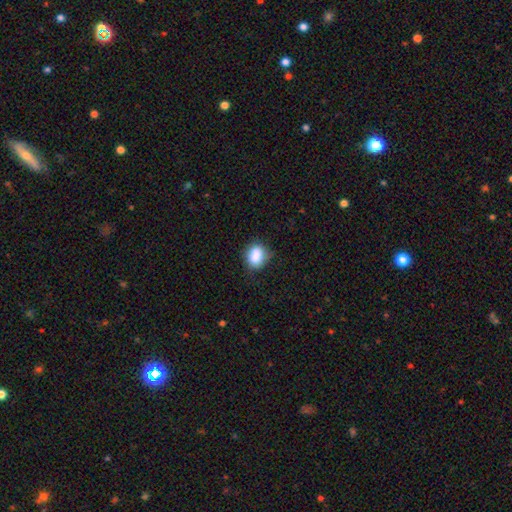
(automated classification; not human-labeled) Smooth or featured? Predicted: smooth (p=0.86). How rounded? Predicted: round (p=0.50). Merging? Predicted: none (p=0.73).